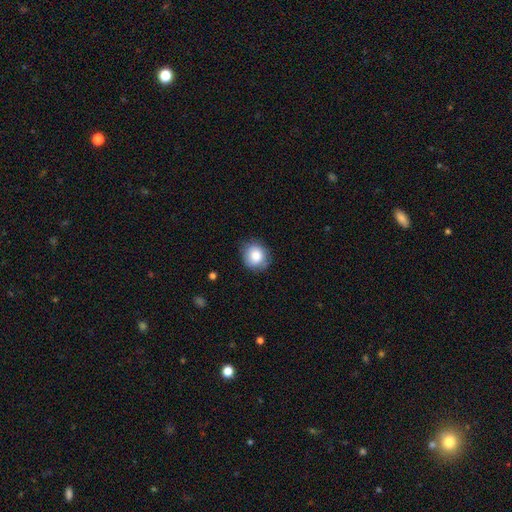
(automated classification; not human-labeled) Overall: smooth (83%). How rounded: round (84%). Merging: none (76%).